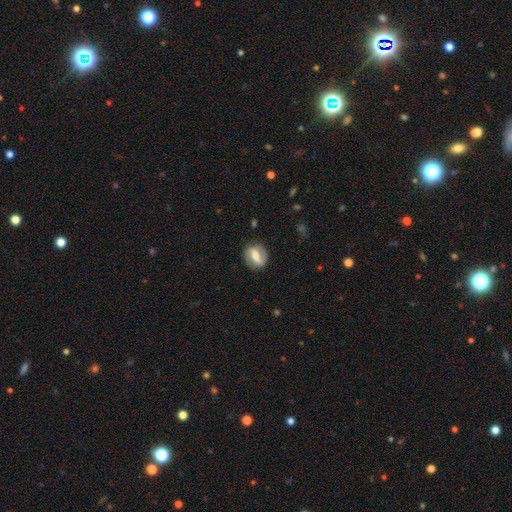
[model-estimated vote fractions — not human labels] Smooth or featured?
  - featured or disk: 67% *
  - smooth: 26%
  - star or artifact: 6%
Edge-on disk?
  - no: 95% *
  - yes: 5%
Bar?
  - strong: 53% *
  - weak: 33%
  - no: 14%
Spiral arms?
  - yes: 80% *
  - no: 20%
Spiral winding?
  - medium: 41% *
  - loose: 31%
  - tight: 28%
Spiral arm count?
  - 2: 85% *
  - can't tell: 6%
  - 1: 6%
  - 3: 1%
  - 4: 1%
  - more than 4: 1%
Bulge size?
  - moderate: 58% *
  - small: 27%
  - large: 10%
  - none: 3%
  - dominant: 2%
Merging?
  - none: 83% *
  - minor disturbance: 12%
  - major disturbance: 4%
  - merger: 1%